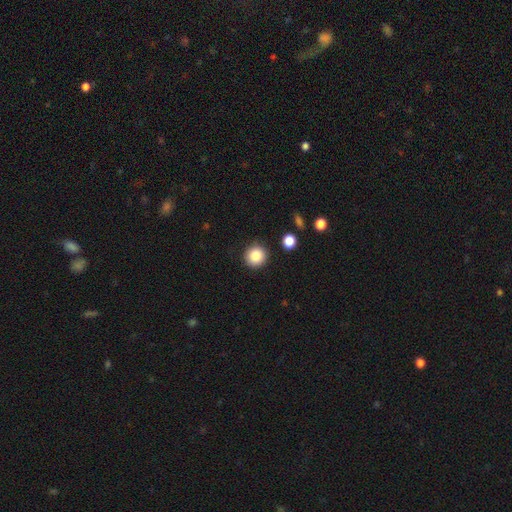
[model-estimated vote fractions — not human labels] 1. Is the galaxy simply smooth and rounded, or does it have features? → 86% smooth, 9% star or artifact, 5% featured or disk.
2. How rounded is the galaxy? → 92% round, 7% in between, 1% cigar-shaped.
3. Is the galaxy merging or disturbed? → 89% none, 7% minor disturbance, 2% major disturbance, 2% merger.